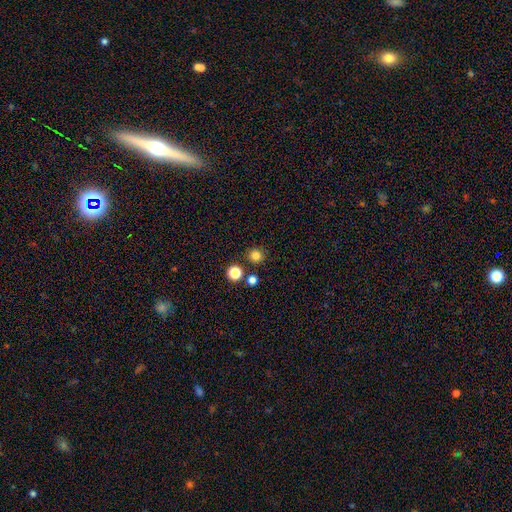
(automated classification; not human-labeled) Smooth or featured? smooth (81%)
How rounded? round (94%)
Merging? none (86%)